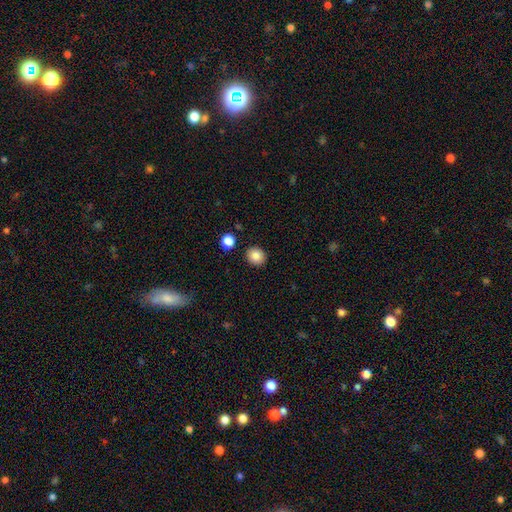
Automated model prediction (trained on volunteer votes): Morphology: type=smooth (85%); roundness=round (85%); merging=none (90%).